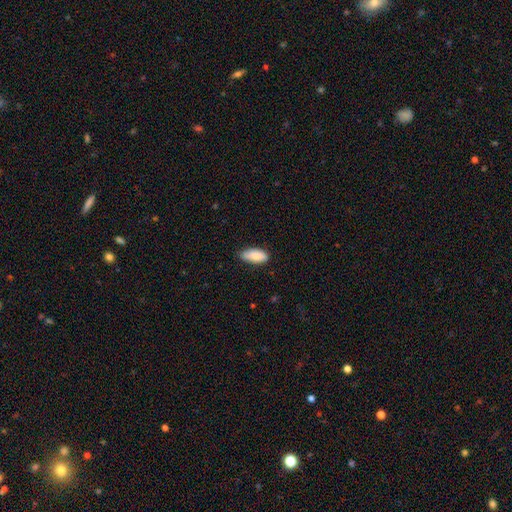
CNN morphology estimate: type=smooth (83%); roundness=in between (86%); merging=none (75%).